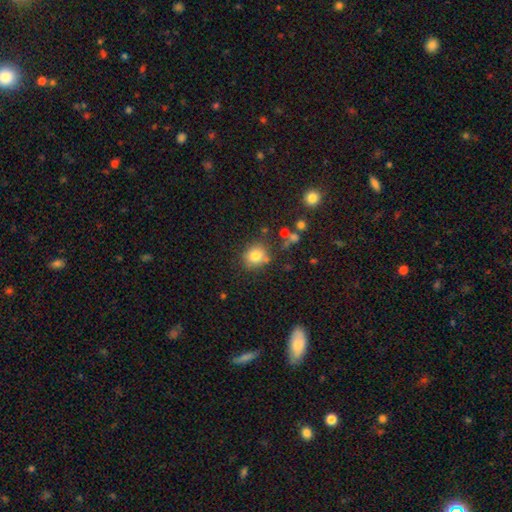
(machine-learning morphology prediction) This is likely a smooth galaxy (79%). How rounded: likely round (78%). Merging: likely none (73%).